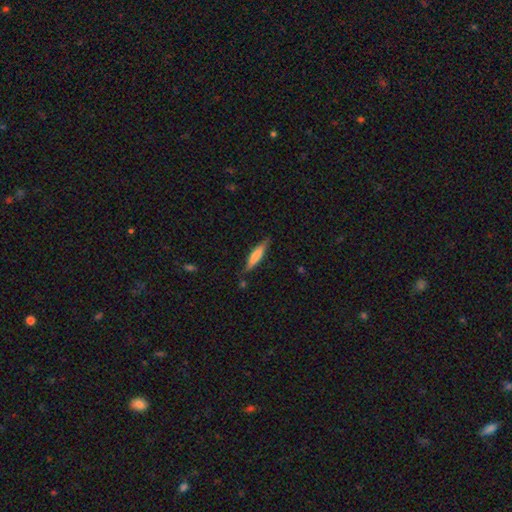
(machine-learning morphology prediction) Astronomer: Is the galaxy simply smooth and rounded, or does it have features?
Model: smooth — 72%.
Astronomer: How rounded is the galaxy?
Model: cigar-shaped — 81%.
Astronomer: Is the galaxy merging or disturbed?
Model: none — 79%.